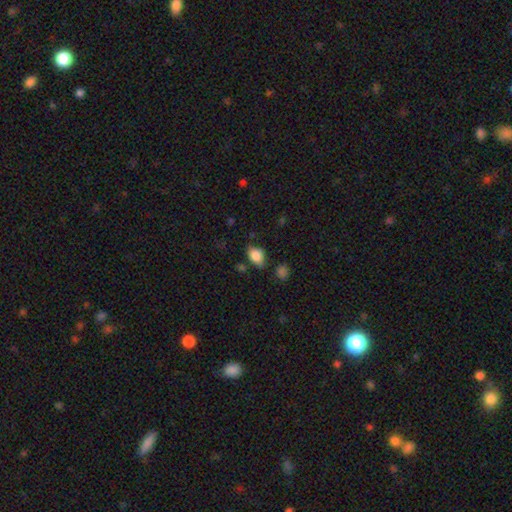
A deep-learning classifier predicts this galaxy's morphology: Q: Smooth or featured?
A: smooth (84%); runner-up: star or artifact (9%)
Q: How rounded?
A: in between (79%); runner-up: round (19%)
Q: Merging?
A: none (65%); runner-up: minor disturbance (25%)